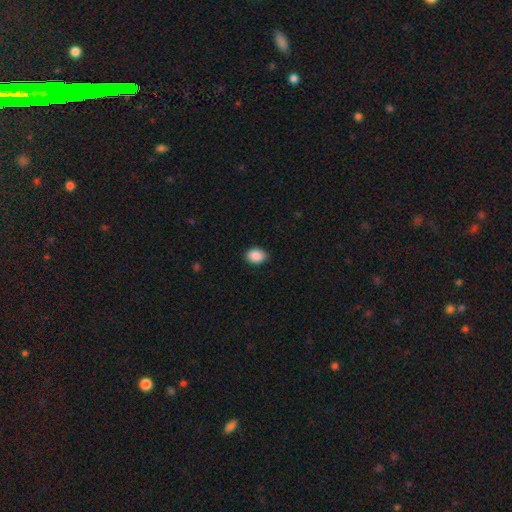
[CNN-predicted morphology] smooth_or_featured: smooth (p=0.90) [alt: star or artifact p=0.07]
how_rounded: in between (p=0.75) [alt: round p=0.24]
merging: none (p=0.87) [alt: minor disturbance p=0.10]